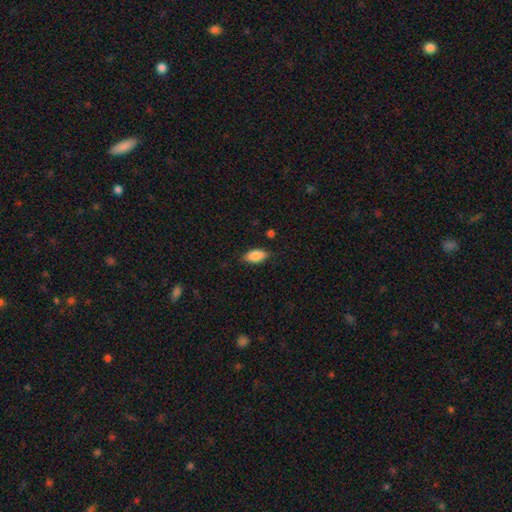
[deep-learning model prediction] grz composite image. It shows a smooth galaxy with no disk features (86%) that is in between round and cigar-shaped (91%). Merging: none (82%).